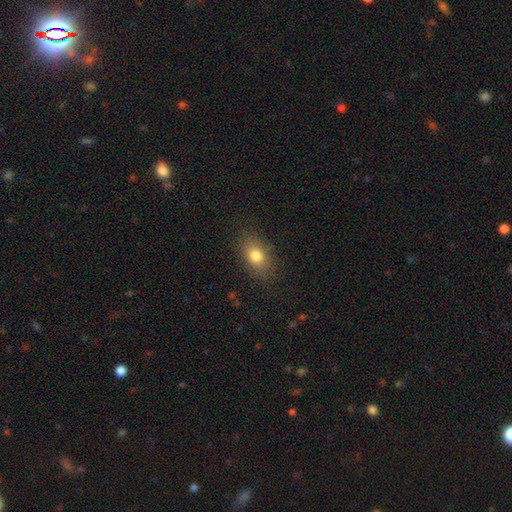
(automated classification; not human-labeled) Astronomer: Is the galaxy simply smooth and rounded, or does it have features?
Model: smooth — 80%.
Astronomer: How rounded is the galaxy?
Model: in between — 77%.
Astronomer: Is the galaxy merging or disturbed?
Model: none — 83%.